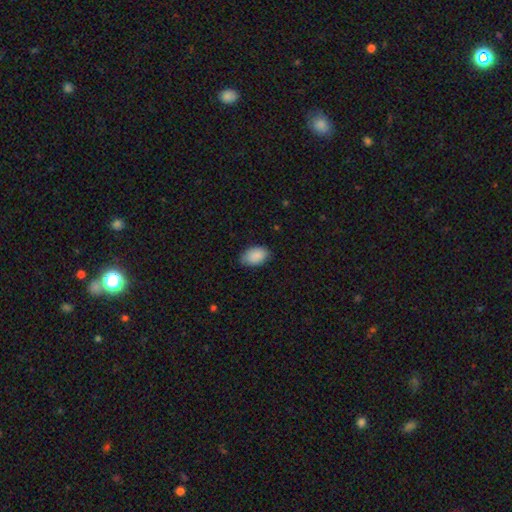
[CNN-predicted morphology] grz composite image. It shows a smooth galaxy with no disk features (90%) that is in between round and cigar-shaped (90%). Merging: none (77%).